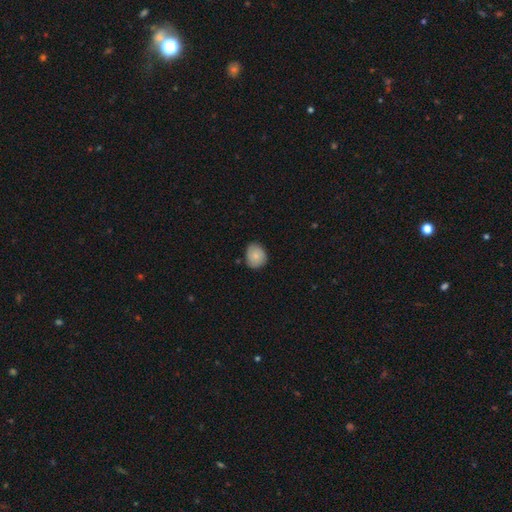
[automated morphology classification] A smooth galaxy with no disk features (78%) that is round (67%). Merging: none (73%).